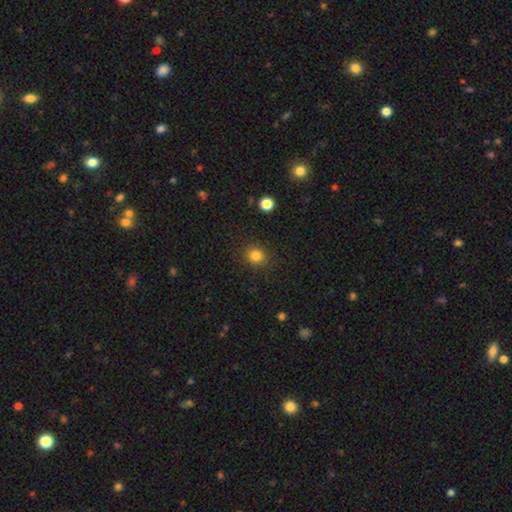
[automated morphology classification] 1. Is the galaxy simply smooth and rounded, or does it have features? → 83% smooth, 12% star or artifact, 5% featured or disk.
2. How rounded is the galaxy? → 83% round, 16% in between, 1% cigar-shaped.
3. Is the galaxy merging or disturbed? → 88% none, 8% minor disturbance, 3% major disturbance, 1% merger.